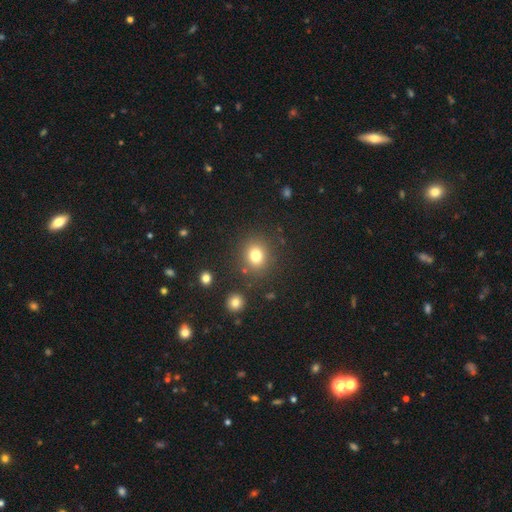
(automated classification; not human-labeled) Smooth or featured: smooth — 79% (star or artifact — 14%)
How rounded: round — 76% (in between — 23%)
Merging: none — 84% (minor disturbance — 8%)